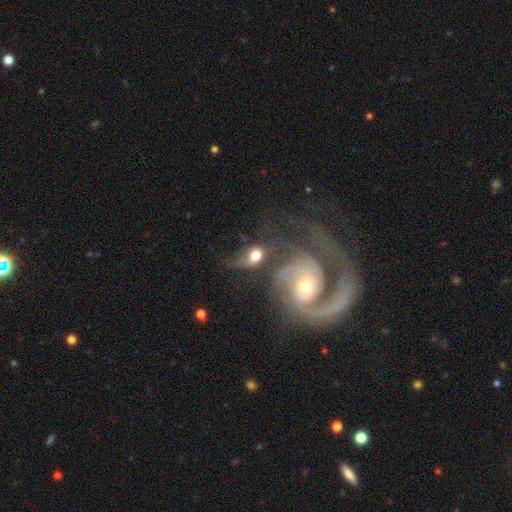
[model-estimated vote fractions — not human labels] smooth 51%, featured or disk 39%, star or artifact 10%. Down the decision tree: how rounded — in between (66%); merging — merger (31%).